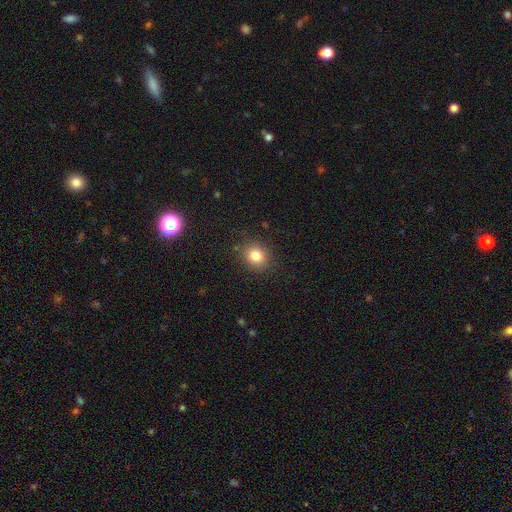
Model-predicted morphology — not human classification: This appears to be a smooth galaxy with no disk features (82%) that is round (79%). Merging: none (87%).